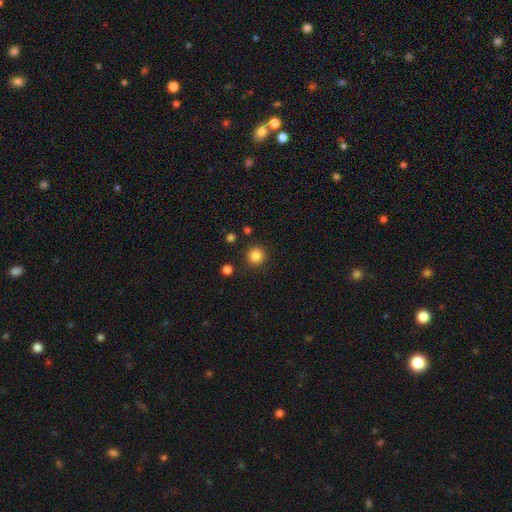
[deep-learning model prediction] Overall: smooth (85%). How rounded: round (95%). Merging: none (89%).